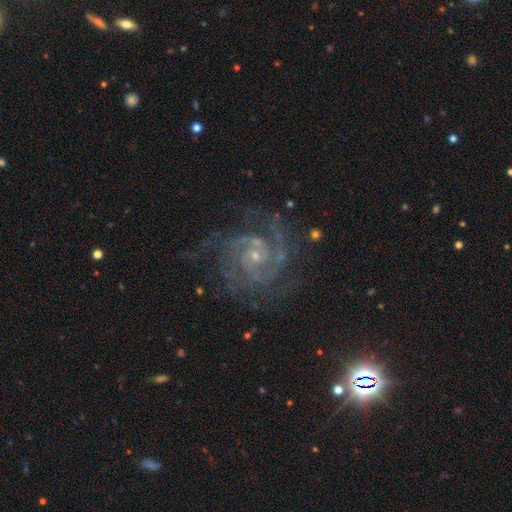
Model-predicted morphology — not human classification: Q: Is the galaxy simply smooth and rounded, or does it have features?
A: featured or disk — 90%.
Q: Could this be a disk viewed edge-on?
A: no — 98%.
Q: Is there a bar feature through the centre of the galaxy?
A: no — 63%.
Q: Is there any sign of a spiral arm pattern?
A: yes — 98%.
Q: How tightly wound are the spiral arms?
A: tight — 56%.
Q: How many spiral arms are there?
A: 2 — 52%.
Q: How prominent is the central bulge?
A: small — 74%.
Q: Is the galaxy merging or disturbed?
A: none — 72%.